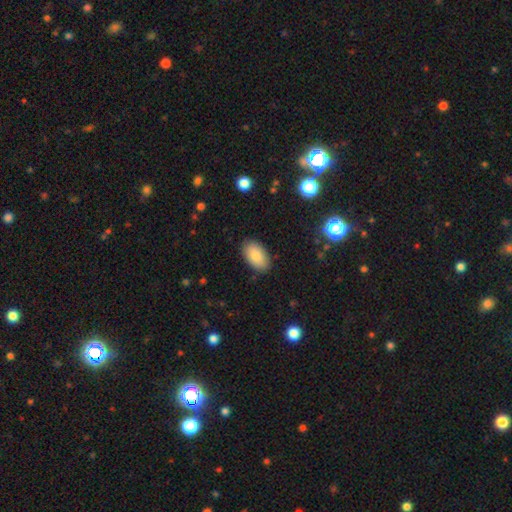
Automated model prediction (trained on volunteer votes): Smooth or featured?
  - smooth: 85% *
  - featured or disk: 8%
  - star or artifact: 7%
How rounded?
  - in between: 94% *
  - round: 4%
  - cigar-shaped: 1%
Merging?
  - none: 87% *
  - minor disturbance: 10%
  - major disturbance: 2%
  - merger: 1%